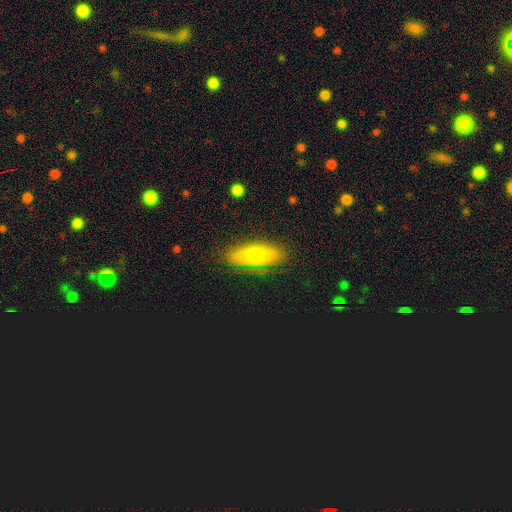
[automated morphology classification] A smooth galaxy with no disk features (57%) that is in between round and cigar-shaped (62%). Merging: none (83%).